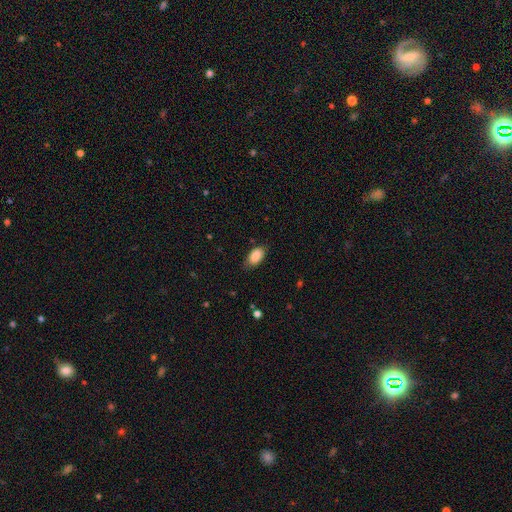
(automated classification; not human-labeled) Morphology: type=smooth (89%); roundness=in between (93%); merging=none (77%).